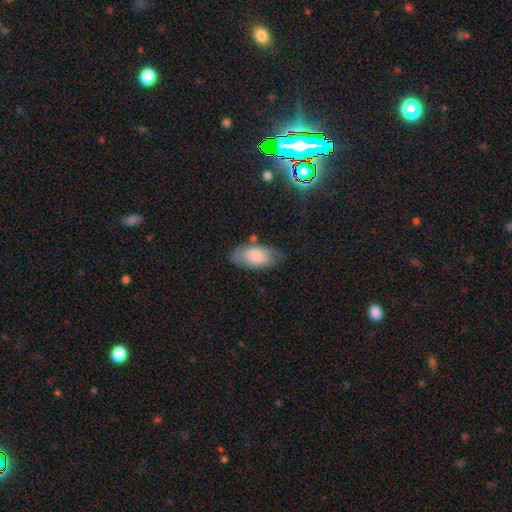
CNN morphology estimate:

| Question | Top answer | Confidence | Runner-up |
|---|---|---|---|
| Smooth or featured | smooth | 78% | featured or disk (16%) |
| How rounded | in between | 93% | cigar-shaped (4%) |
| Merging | none | 63% | minor disturbance (26%) |